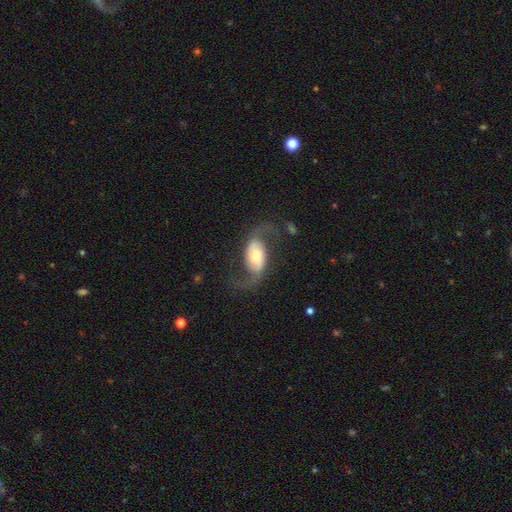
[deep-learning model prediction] Smooth or featured?
  - featured or disk: 79% *
  - smooth: 15%
  - star or artifact: 6%
Edge-on disk?
  - no: 96% *
  - yes: 4%
Bar?
  - no: 45% *
  - weak: 33%
  - strong: 22%
Spiral arms?
  - yes: 93% *
  - no: 7%
Spiral winding?
  - loose: 74% *
  - medium: 22%
  - tight: 5%
Spiral arm count?
  - 2: 93% *
  - 1: 2%
  - can't tell: 2%
  - 3: 1%
  - 4: 1%
  - more than 4: 1%
Bulge size?
  - moderate: 56% *
  - small: 22%
  - large: 16%
  - dominant: 4%
  - none: 1%
Merging?
  - none: 67% *
  - major disturbance: 17%
  - minor disturbance: 15%
  - merger: 2%